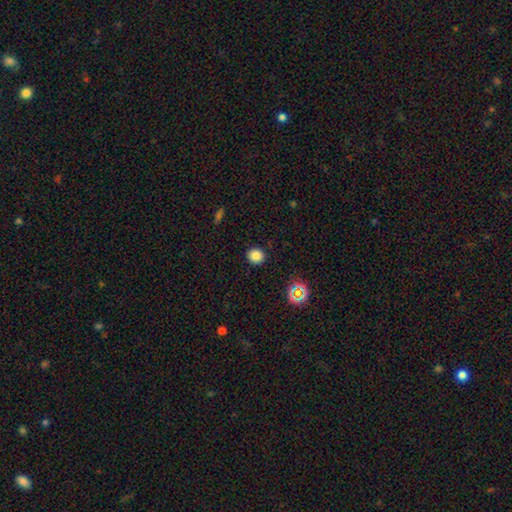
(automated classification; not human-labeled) Smooth or featured?
  - smooth: 81% *
  - star or artifact: 14%
  - featured or disk: 5%
How rounded?
  - round: 90% *
  - in between: 9%
  - cigar-shaped: 1%
Merging?
  - none: 91% *
  - minor disturbance: 6%
  - major disturbance: 2%
  - merger: 1%